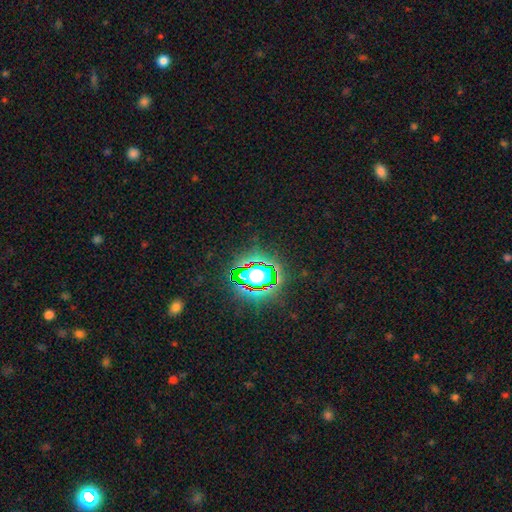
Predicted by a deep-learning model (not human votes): A star or artifact, not a galaxy (81%).